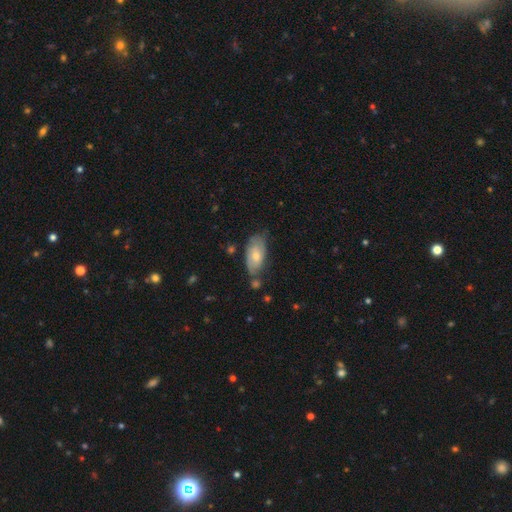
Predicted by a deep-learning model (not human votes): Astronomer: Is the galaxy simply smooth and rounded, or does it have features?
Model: smooth — 54% (runner-up: featured or disk, 40%).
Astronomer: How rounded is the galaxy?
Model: in between — 90%.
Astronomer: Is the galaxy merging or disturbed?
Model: none — 57%.